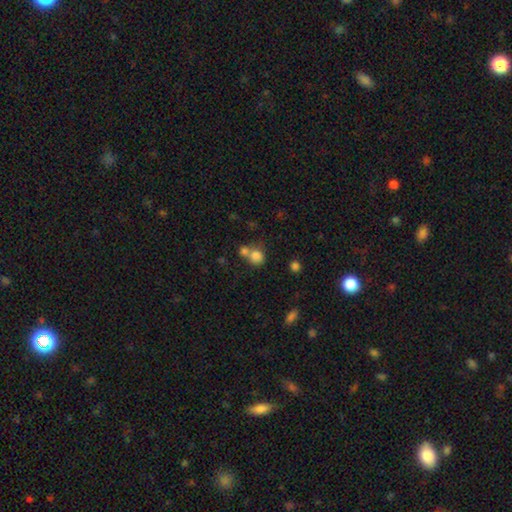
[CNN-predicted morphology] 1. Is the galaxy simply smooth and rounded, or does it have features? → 81% smooth, 11% star or artifact, 8% featured or disk.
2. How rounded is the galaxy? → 83% round, 16% in between, 1% cigar-shaped.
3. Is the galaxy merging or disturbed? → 45% none, 43% merger, 9% minor disturbance, 4% major disturbance.